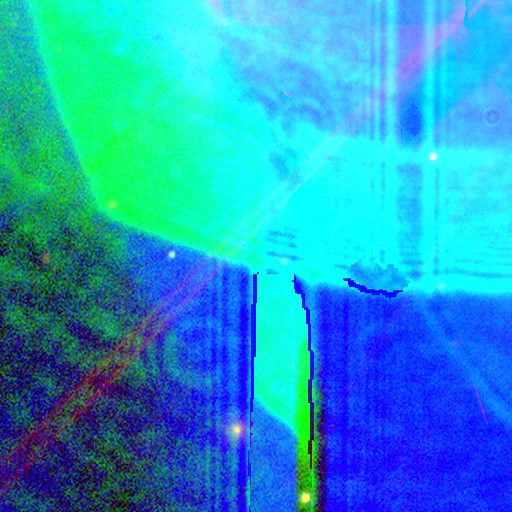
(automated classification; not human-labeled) Smooth or featured: star or artifact — 89% (featured or disk — 6%)